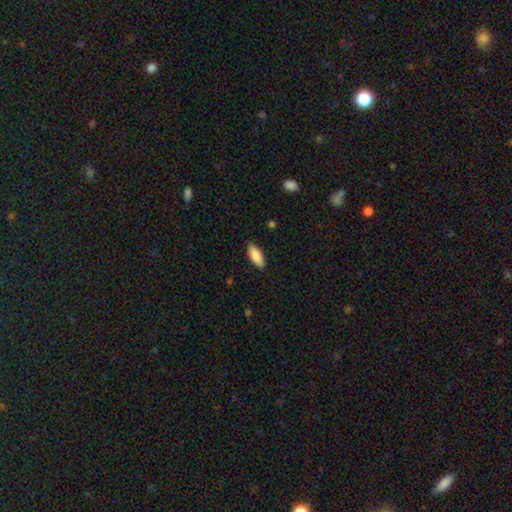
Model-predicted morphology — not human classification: smooth_or_featured: smooth (p=0.87) [alt: featured or disk p=0.07]
how_rounded: in between (p=0.81) [alt: cigar-shaped p=0.17]
merging: none (p=0.86) [alt: minor disturbance p=0.11]